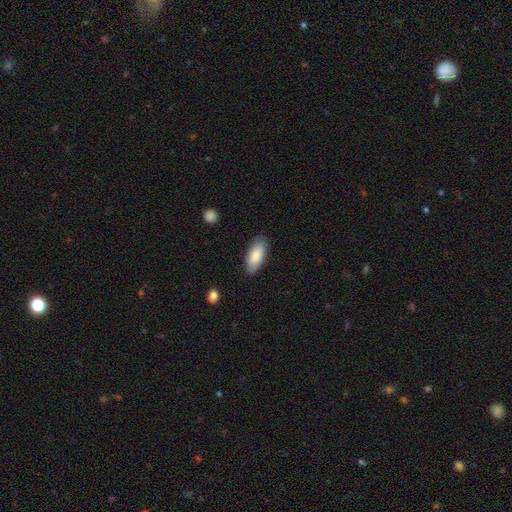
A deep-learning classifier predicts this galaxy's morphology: Smooth or featured?
  - smooth: 85% *
  - featured or disk: 9%
  - star or artifact: 6%
How rounded?
  - in between: 86% *
  - cigar-shaped: 12%
  - round: 2%
Merging?
  - none: 85% *
  - minor disturbance: 12%
  - major disturbance: 2%
  - merger: 1%